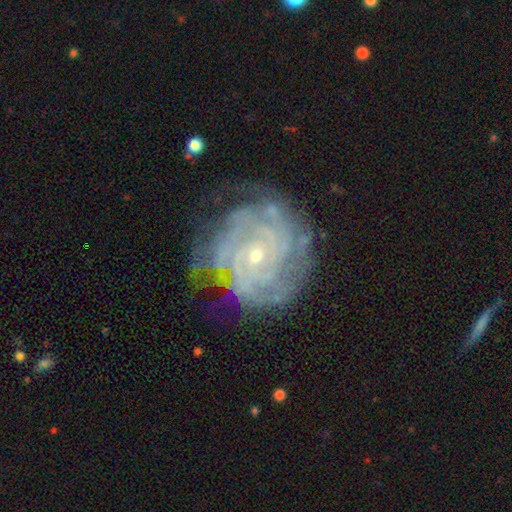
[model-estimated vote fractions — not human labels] Morphology: type=featured or disk (87%); edge-on=no (98%); bar=no (75%); spiral arms=yes (96%); winding=tight (80%); arm count=can't tell (31%); bulge=small (80%); merging=none (71%).